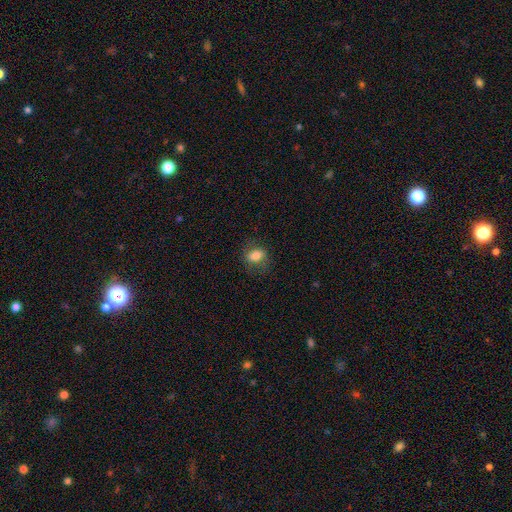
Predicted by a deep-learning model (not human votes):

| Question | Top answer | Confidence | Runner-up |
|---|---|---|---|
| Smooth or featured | smooth | 76% | featured or disk (15%) |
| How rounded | in between | 67% | round (31%) |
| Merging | none | 73% | minor disturbance (18%) |